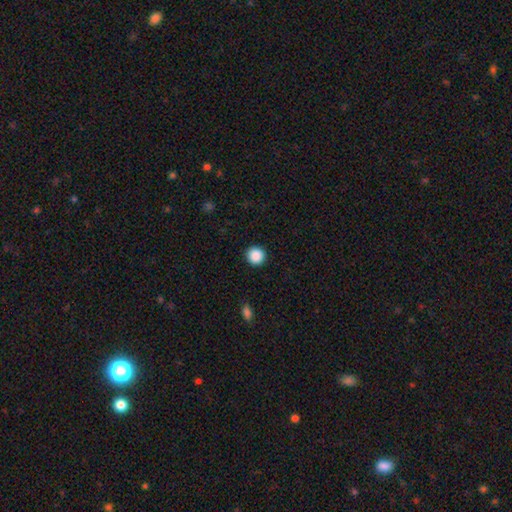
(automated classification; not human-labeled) The model was most divided on "smooth or featured": smooth: 88%, star or artifact: 9%, featured or disk: 2%. More confident: how rounded — round (95%); merging — none (92%).